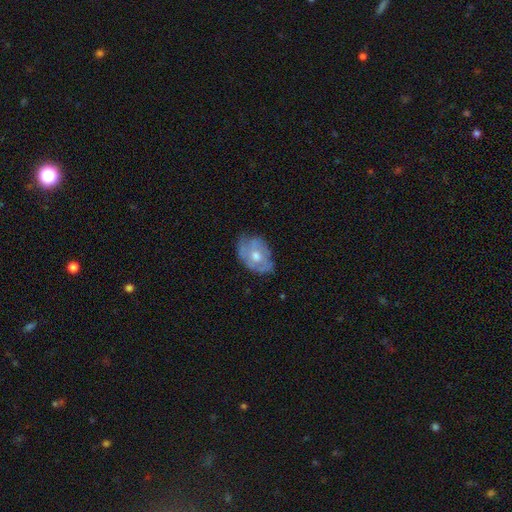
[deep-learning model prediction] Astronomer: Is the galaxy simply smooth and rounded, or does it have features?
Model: featured or disk — 58% (runner-up: smooth, 34%).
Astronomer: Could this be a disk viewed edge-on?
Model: no — 95%.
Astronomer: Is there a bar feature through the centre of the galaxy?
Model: no — 82%.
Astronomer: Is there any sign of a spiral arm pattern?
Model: yes — 50%, tied with no at 50%.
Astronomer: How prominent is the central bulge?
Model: moderate — 74%.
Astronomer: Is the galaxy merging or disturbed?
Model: none — 61%.